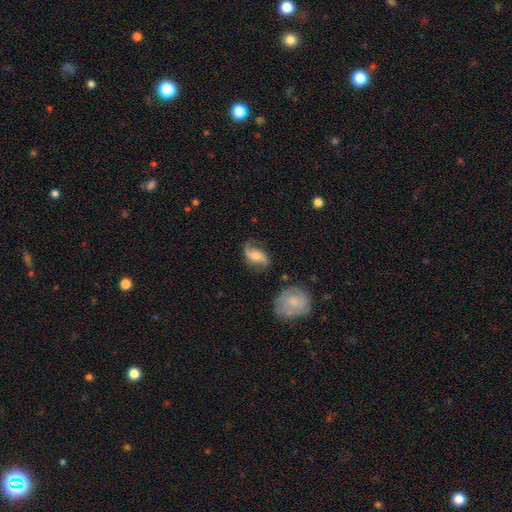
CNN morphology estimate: Smooth or featured? featured or disk (73%)
Edge-on disk? no (95%)
Bar? no (50%)
Spiral arms? yes (94%)
Spiral winding? loose (69%)
Spiral arm count? 2 (89%)
Bulge size? moderate (47%)
Merging? none (69%)